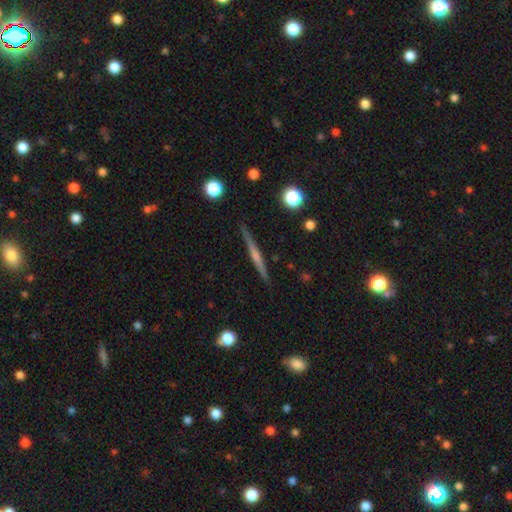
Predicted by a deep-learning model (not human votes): A featured or disk galaxy (69%) viewed edge-on (97%) with a rounded central bulge (62%).

Vote fractions:
- Smooth or featured? featured or disk: 69% / smooth: 21% / star or artifact: 10%
- Edge-on disk? yes: 97% / no: 3%
- Edge-on bulge? rounded: 62% / none: 29% / boxy: 10%
- Merging? none: 90% / minor disturbance: 7% / major disturbance: 2% / merger: 2%